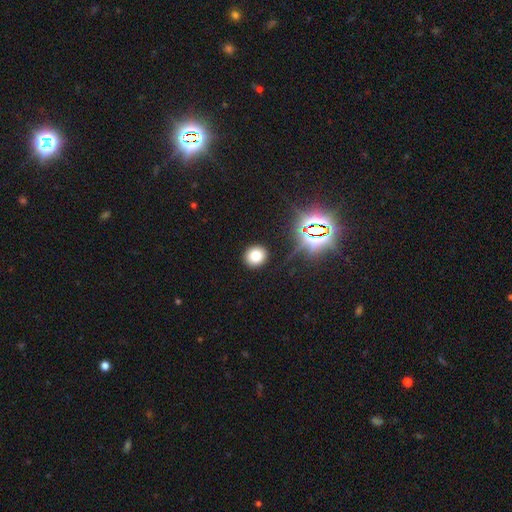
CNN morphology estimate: type=smooth (75%); roundness=round (81%); merging=none (88%).